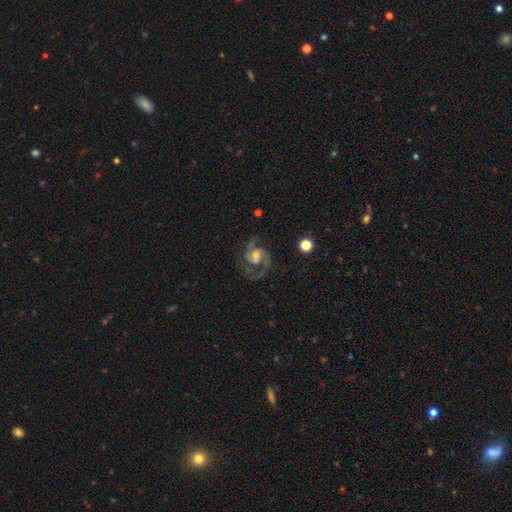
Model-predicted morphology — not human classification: smooth-or-featured: featured or disk: 89% | star or artifact: 5% | smooth: 5%
  disk-edge-on: no: 98% | yes: 2%
    bar: no: 52% | weak: 38% | strong: 10%
    has-spiral-arms: yes: 97% | no: 3%
      spiral-winding: medium: 61% | tight: 21% | loose: 18%
      spiral-arm-count: 2: 89% | 3: 4% | can't tell: 3% | 1: 2% | 4: 1% | more than 4: 1%
    bulge-size: moderate: 51% | small: 40% | large: 4% | none: 3% | dominant: 1%
  merging: none: 69% | minor disturbance: 15% | major disturbance: 13% | merger: 2%